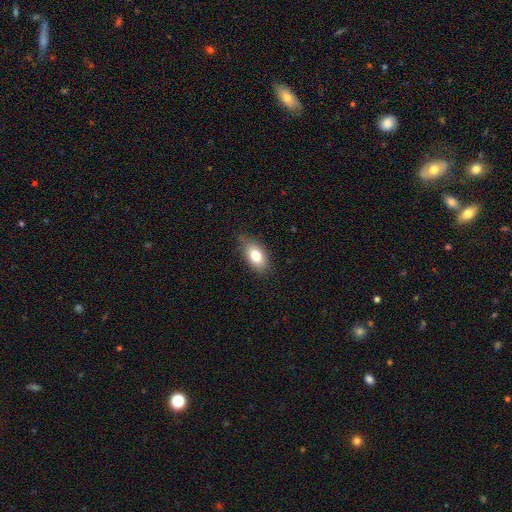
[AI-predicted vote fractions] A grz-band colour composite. It shows a smooth galaxy with no disk features (78%) that is in between round and cigar-shaped (88%). Merging: none (75%).